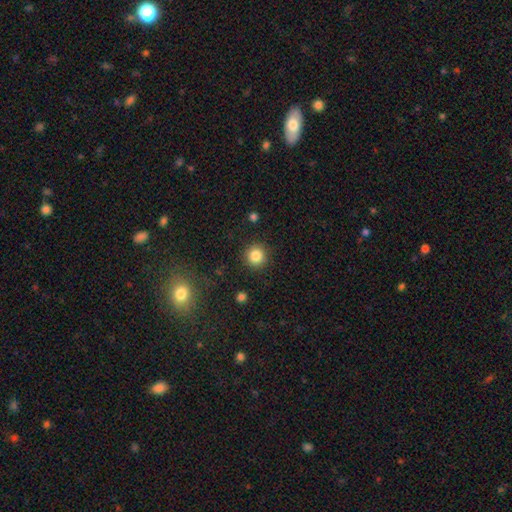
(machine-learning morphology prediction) A smooth galaxy with no disk features (84%) that is round (94%). Merging: none (90%).